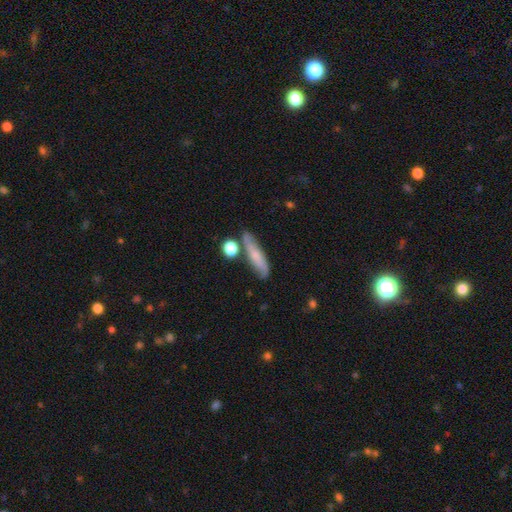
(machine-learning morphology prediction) Q: Smooth or featured?
A: smooth (56%); runner-up: featured or disk (35%)
Q: How rounded?
A: cigar-shaped (69%); runner-up: in between (25%)
Q: Merging?
A: none (67%); runner-up: minor disturbance (19%)